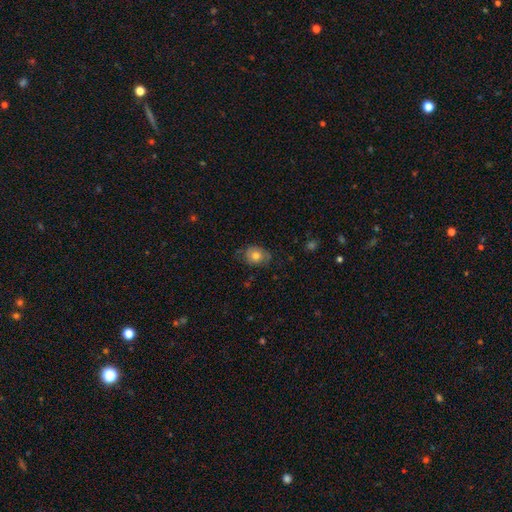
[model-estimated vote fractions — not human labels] This is likely a smooth galaxy (69%). How rounded: possibly round (54%). Merging: likely none (66%).